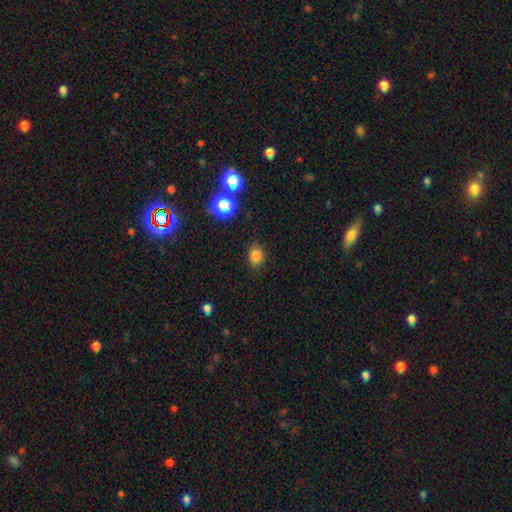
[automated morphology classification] type=smooth (81%); roundness=round (50%); merging=none (84%).